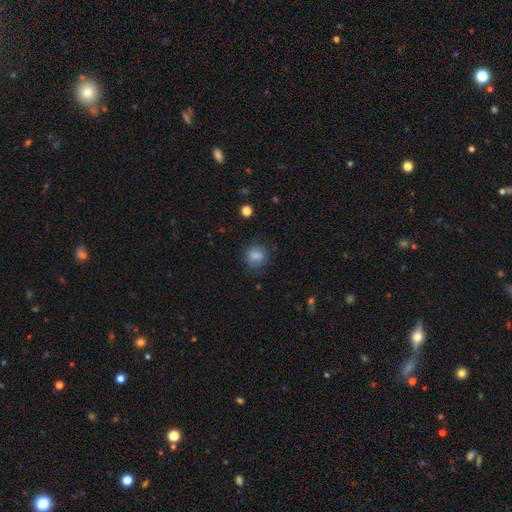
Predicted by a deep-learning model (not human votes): smooth 82%, star or artifact 11%, featured or disk 8%. Down the decision tree: how rounded — round (66%); merging — none (75%).